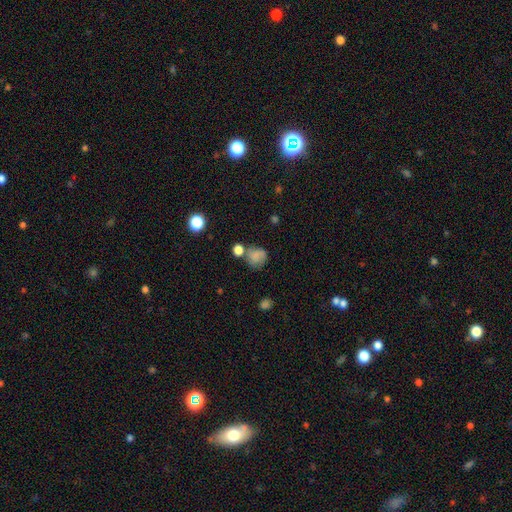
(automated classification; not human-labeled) A smooth galaxy with no disk features (74%) that is round (72%).

Vote fractions:
- Smooth or featured? smooth: 74% / featured or disk: 13% / star or artifact: 13%
- How rounded? round: 72% / in between: 27% / cigar-shaped: 1%
- Merging? none: 48% / minor disturbance: 21% / merger: 20% / major disturbance: 11%